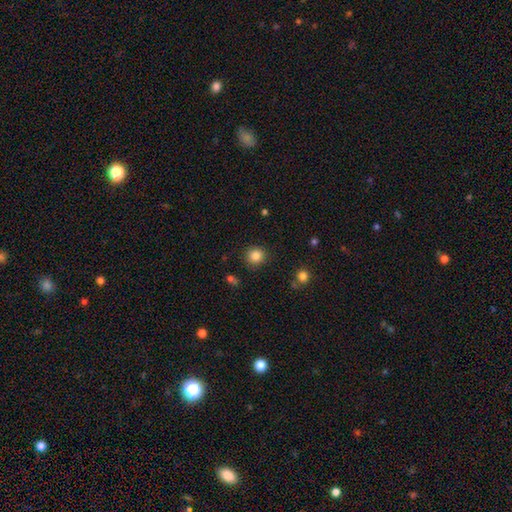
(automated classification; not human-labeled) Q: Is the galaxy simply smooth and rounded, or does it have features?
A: smooth — 85%.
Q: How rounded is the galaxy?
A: round — 90%.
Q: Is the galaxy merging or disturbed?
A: none — 88%.